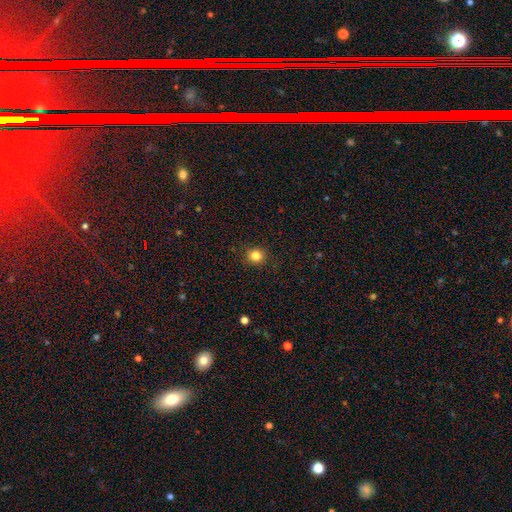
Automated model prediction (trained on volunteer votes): Q: Smooth or featured?
A: smooth (83%); runner-up: star or artifact (12%)
Q: How rounded?
A: round (90%); runner-up: in between (9%)
Q: Merging?
A: none (91%); runner-up: minor disturbance (6%)